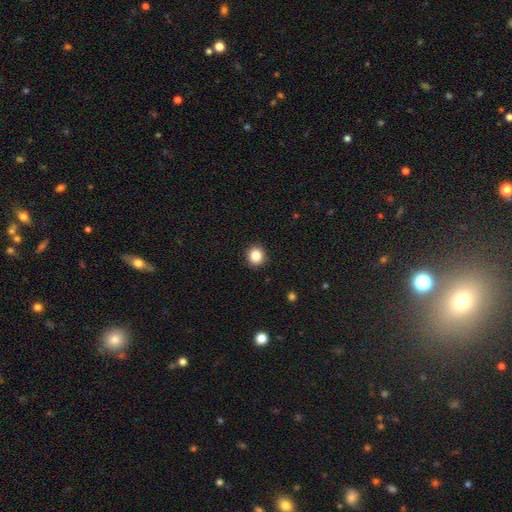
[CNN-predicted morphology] Overall: smooth (85%). How rounded: round (92%). Merging: none (92%).